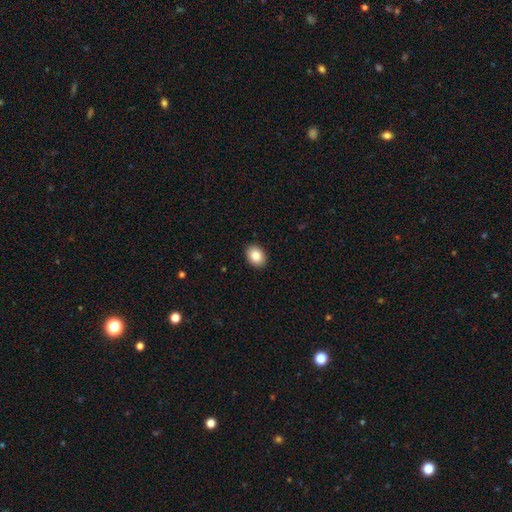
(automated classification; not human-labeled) This is clearly a smooth galaxy (86%). How rounded: likely in between (69%). Merging: clearly none (91%).